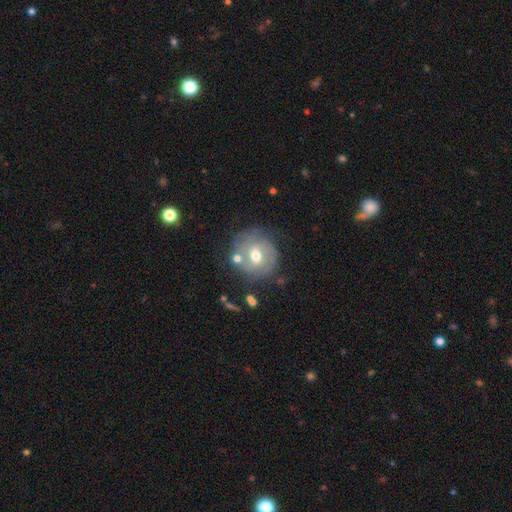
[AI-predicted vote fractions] The model was most divided on "bar": weak: 49%, no: 38%, strong: 13%. More confident: edge-on disk — no (96%); bulge size — moderate (75%); spiral arms — yes (69%); merging — none (63%); smooth or featured — featured or disk (60%).